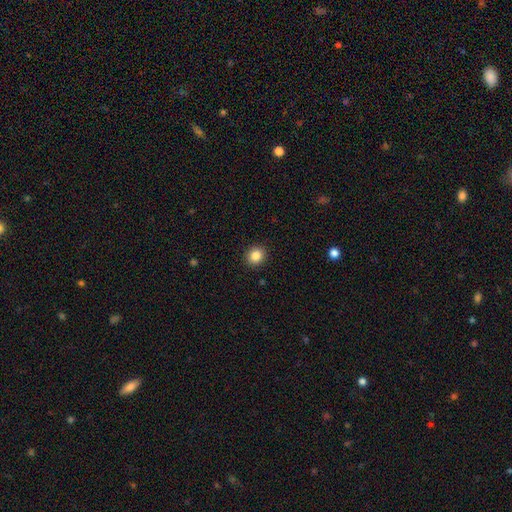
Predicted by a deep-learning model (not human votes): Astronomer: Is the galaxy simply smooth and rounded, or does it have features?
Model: smooth — 85%.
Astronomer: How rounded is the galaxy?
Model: round — 84%.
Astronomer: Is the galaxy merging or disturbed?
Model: none — 91%.